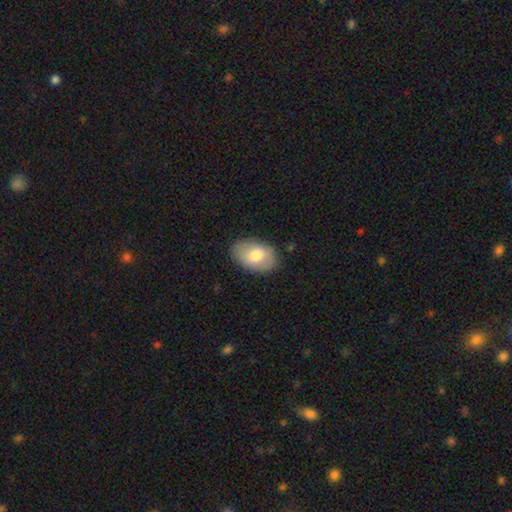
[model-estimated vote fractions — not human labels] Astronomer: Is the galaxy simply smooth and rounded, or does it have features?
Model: smooth — 73%.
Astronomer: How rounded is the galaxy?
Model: in between — 90%.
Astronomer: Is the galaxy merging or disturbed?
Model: none — 82%.